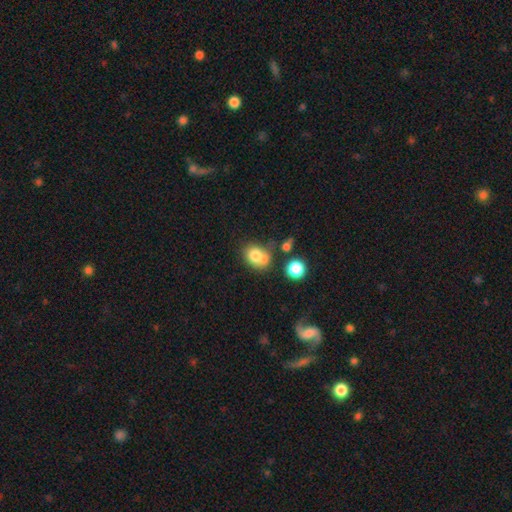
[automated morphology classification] A smooth galaxy with no disk features (78%) that is in between round and cigar-shaped (51%).

Vote fractions:
- Smooth or featured? smooth: 78% / featured or disk: 12% / star or artifact: 11%
- How rounded? in between: 51% / round: 48% / cigar-shaped: 1%
- Merging? none: 43% / merger: 28% / minor disturbance: 19% / major disturbance: 9%